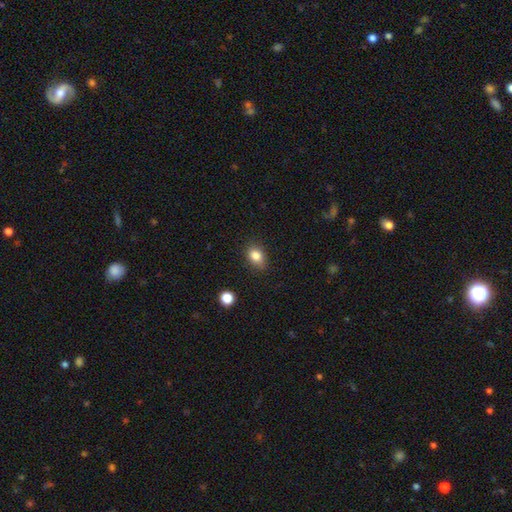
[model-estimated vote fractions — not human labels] Overall: smooth (83%). How rounded: in between (62%; round 37%). Merging: none (79%).